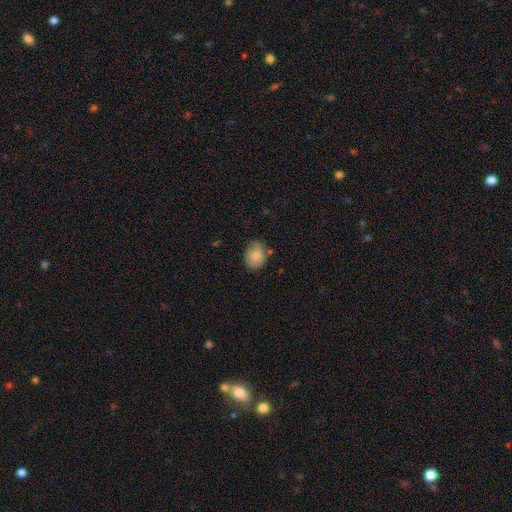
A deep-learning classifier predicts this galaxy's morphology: Smooth or featured? Predicted: smooth (p=0.80). How rounded? Predicted: in between (p=0.53). Merging? Predicted: none (p=0.70).